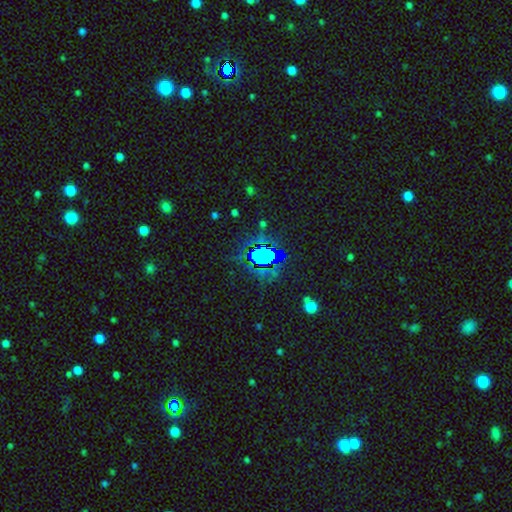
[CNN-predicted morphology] A star or artifact, not a galaxy (68%).

Vote fractions:
- Smooth or featured? star or artifact: 68% / smooth: 20% / featured or disk: 12%